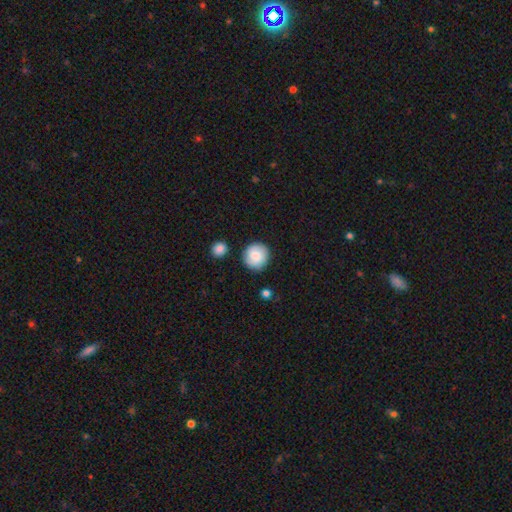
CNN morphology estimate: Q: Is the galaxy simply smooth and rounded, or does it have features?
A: smooth — 79%.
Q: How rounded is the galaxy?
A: round — 93%.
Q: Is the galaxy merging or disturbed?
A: none — 85%.